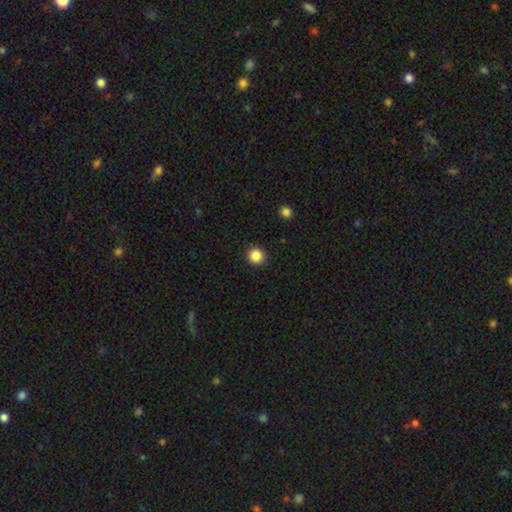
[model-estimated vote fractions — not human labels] This appears to be a smooth galaxy with no disk features (87%) that is round (94%). Merging: none (93%).